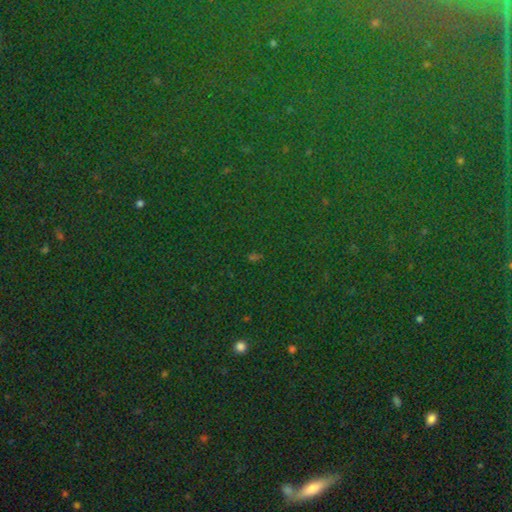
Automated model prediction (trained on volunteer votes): Smooth or featured? Predicted: star or artifact (p=0.83).